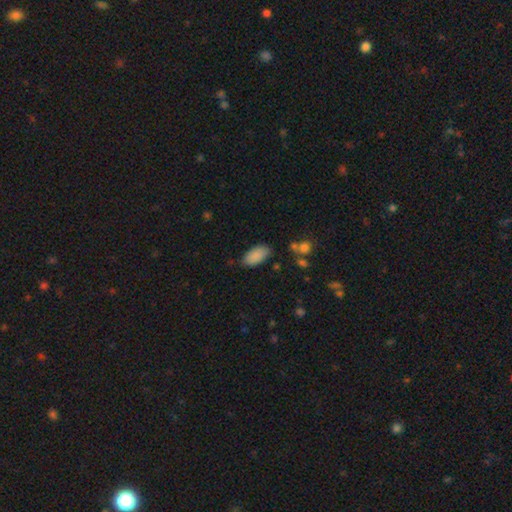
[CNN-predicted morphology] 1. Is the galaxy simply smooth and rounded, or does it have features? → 89% smooth, 7% star or artifact, 4% featured or disk.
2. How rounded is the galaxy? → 92% in between, 5% cigar-shaped, 2% round.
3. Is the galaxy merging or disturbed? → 80% none, 15% minor disturbance, 3% major disturbance, 2% merger.